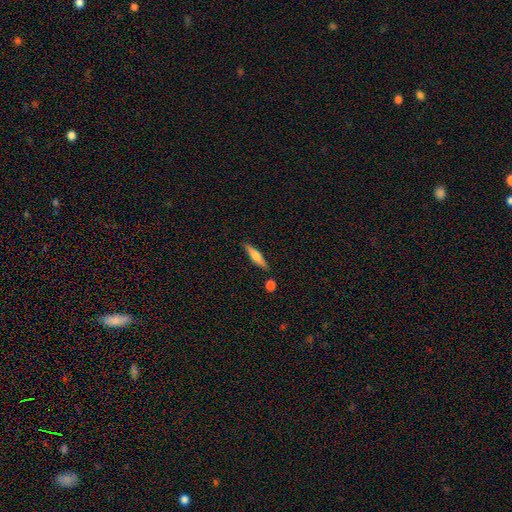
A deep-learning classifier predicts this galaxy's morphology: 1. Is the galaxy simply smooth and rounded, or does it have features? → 64% smooth, 30% featured or disk, 6% star or artifact.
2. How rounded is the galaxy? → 79% cigar-shaped, 19% in between, 2% round.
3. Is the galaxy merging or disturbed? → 79% none, 12% minor disturbance, 6% merger, 3% major disturbance.